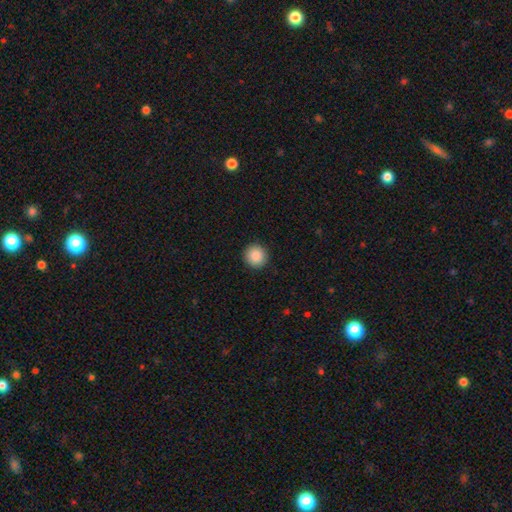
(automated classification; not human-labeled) A smooth galaxy with no disk features (88%) that is round (95%).

Vote fractions:
- Smooth or featured? smooth: 88% / star or artifact: 8% / featured or disk: 3%
- How rounded? round: 95% / in between: 4% / cigar-shaped: 1%
- Merging? none: 93% / minor disturbance: 5% / major disturbance: 2% / merger: 1%